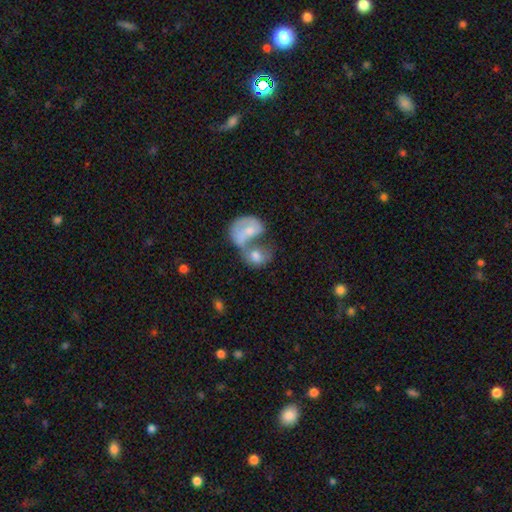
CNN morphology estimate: smooth_or_featured: smooth (p=0.59) [alt: featured or disk p=0.33]
how_rounded: in between (p=0.63) [alt: round p=0.35]
merging: merger (p=0.75) [alt: none p=0.11]